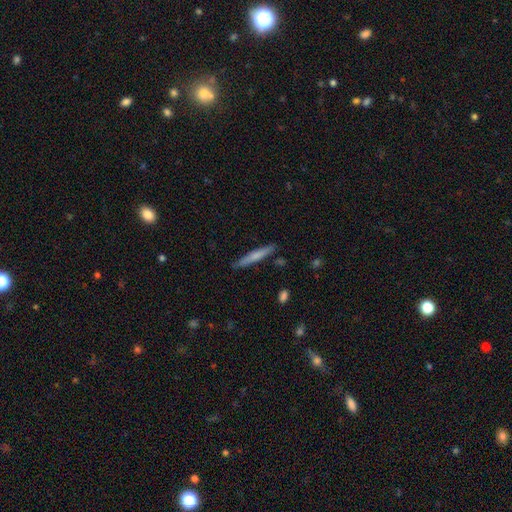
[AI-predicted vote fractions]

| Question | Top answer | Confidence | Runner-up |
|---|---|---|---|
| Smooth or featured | smooth | 64% | featured or disk (31%) |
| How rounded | cigar-shaped | 94% | in between (4%) |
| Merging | none | 87% | minor disturbance (10%) |